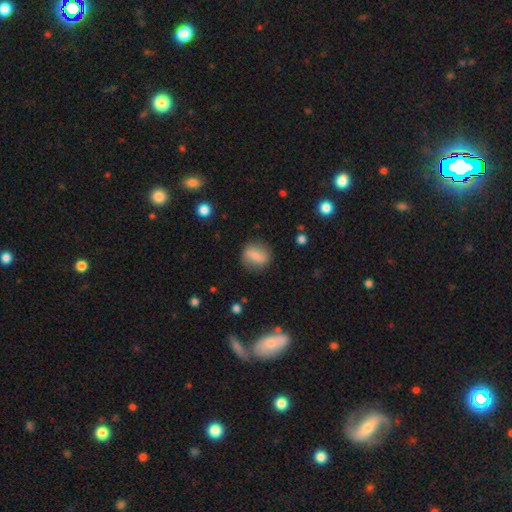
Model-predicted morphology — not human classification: Q: Smooth or featured?
A: smooth (63%); runner-up: featured or disk (29%)
Q: How rounded?
A: round (66%); runner-up: in between (30%)
Q: Merging?
A: none (84%); runner-up: minor disturbance (11%)